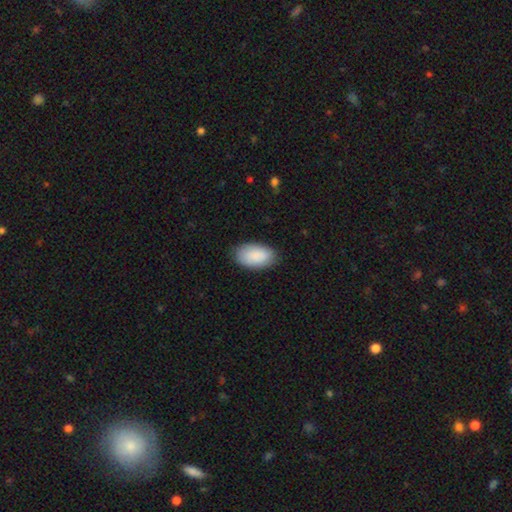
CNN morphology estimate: A smooth galaxy with no disk features (89%) that is in between round and cigar-shaped (95%). Merging: none (83%).